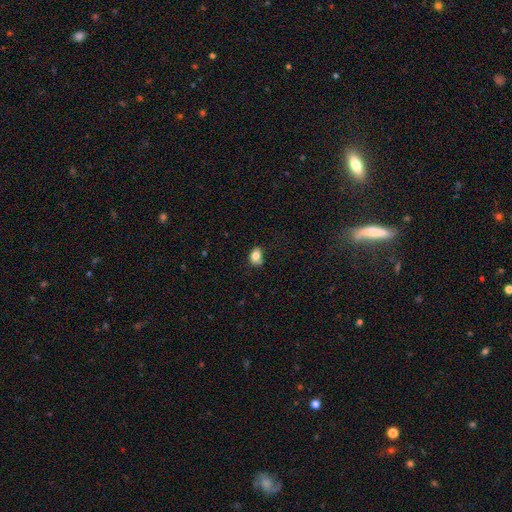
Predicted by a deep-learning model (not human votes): Smooth or featured? smooth (81%)
How rounded? in between (67%)
Merging? none (61%)